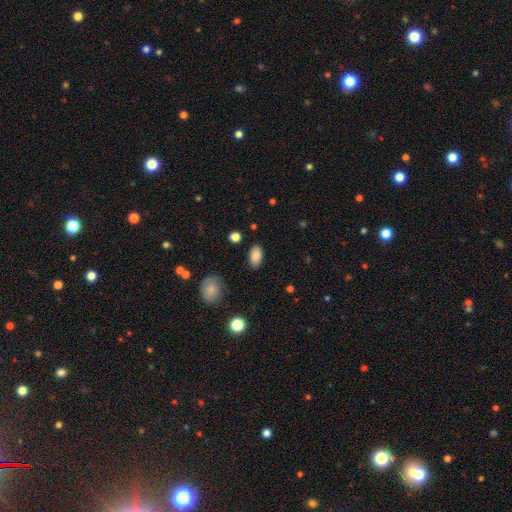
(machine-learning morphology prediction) type=smooth (83%); roundness=in between (93%); merging=none (86%).